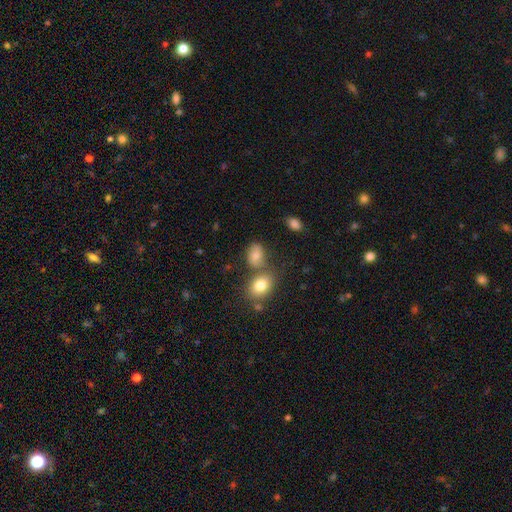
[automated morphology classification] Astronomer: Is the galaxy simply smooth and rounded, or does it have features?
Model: smooth — 74%.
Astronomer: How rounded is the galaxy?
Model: in between — 75%.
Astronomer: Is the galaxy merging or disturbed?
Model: none — 54%.